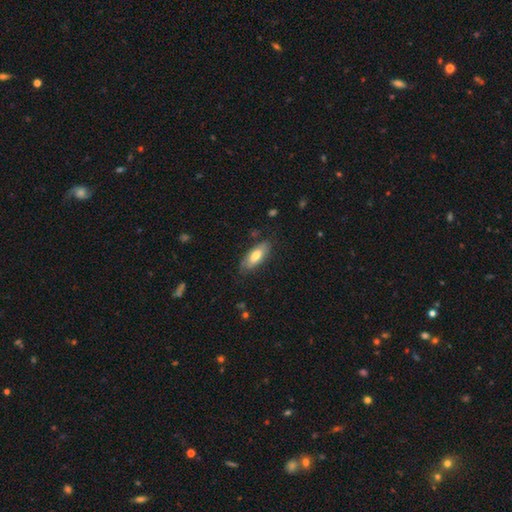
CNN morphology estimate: type=smooth (66%); roundness=in between (80%); merging=none (76%).